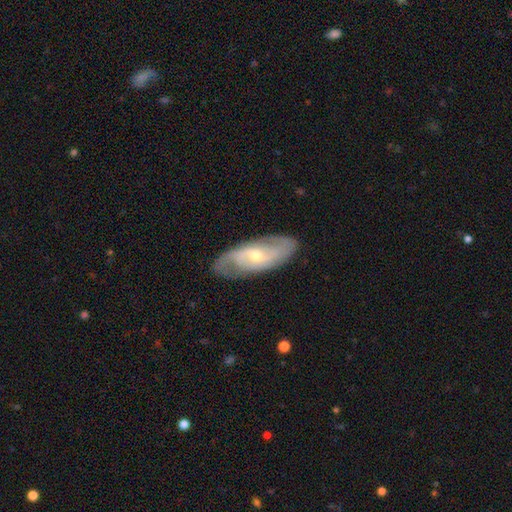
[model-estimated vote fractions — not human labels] The model was most divided on "spiral winding": medium: 43%, tight: 36%, loose: 22%. More confident: spiral arms — yes (90%); edge-on disk — no (89%); merging — none (80%); smooth or featured — featured or disk (79%); spiral arm count — 2 (69%); bulge size — small (56%); bar — no (52%).